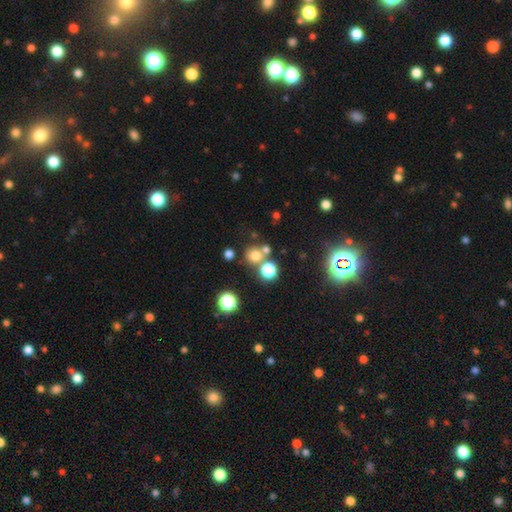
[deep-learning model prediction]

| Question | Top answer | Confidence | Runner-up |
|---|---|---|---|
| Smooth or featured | smooth | 69% | star or artifact (22%) |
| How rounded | round | 86% | in between (13%) |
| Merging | none | 64% | merger (23%) |